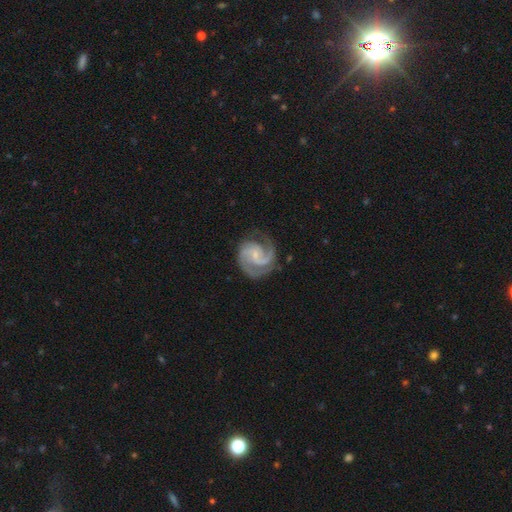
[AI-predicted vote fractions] Smooth or featured: featured or disk — 92% (smooth — 5%)
Edge-on disk: no — 98% (yes — 2%)
Bar: no — 56% (weak — 35%)
Spiral arms: yes — 98% (no — 2%)
Spiral winding: medium — 49% (tight — 43%)
Spiral arm count: 2 — 66% (3 — 21%)
Bulge size: small — 76% (moderate — 14%)
Merging: none — 74% (minor disturbance — 17%)